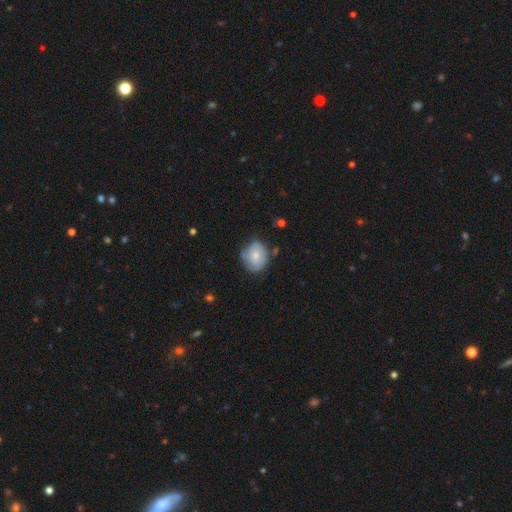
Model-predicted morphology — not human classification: This is likely a smooth galaxy (66%). How rounded: possibly round (57%). Merging: possibly none (57%).